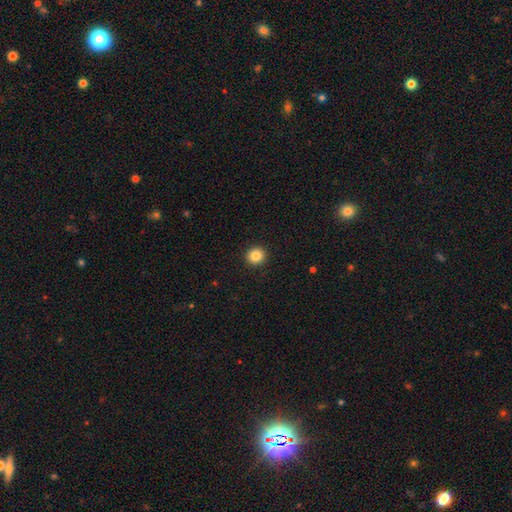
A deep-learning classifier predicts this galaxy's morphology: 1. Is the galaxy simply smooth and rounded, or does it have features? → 84% smooth, 10% star or artifact, 5% featured or disk.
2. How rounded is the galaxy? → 91% round, 8% in between, 1% cigar-shaped.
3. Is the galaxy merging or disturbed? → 93% none, 5% minor disturbance, 2% major disturbance, 1% merger.